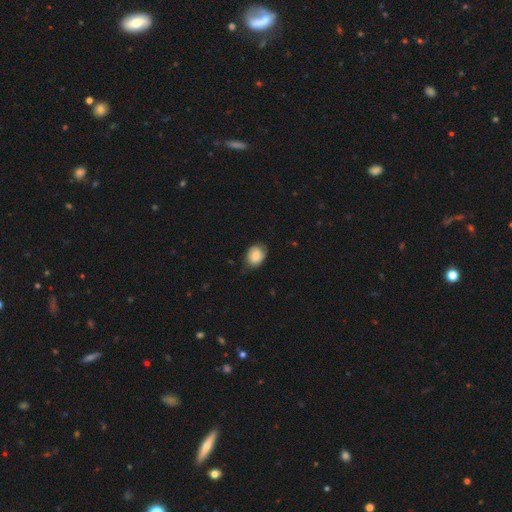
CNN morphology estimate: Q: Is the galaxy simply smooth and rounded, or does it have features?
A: smooth — 77%.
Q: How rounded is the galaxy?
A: in between — 63%.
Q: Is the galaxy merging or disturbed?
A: none — 62%.